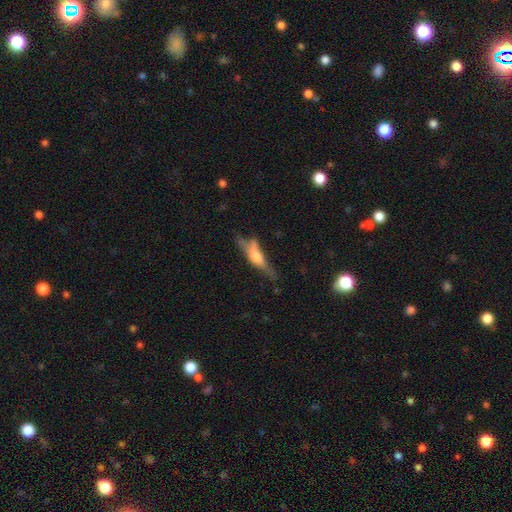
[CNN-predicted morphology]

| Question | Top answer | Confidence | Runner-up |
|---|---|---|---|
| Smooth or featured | featured or disk | 58% | smooth (34%) |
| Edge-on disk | yes | 84% | no (16%) |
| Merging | none | 47% | minor disturbance (27%) |